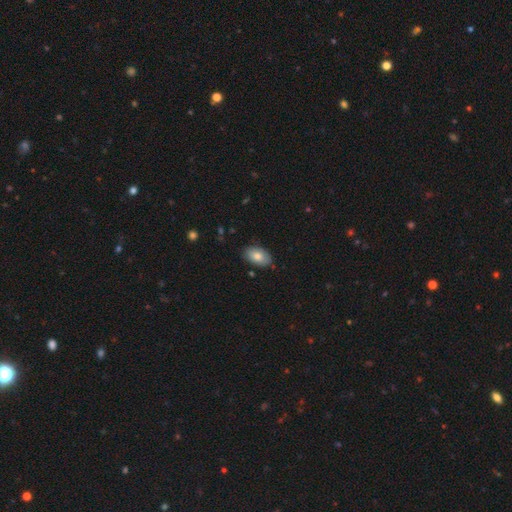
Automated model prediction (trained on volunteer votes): Smooth or featured?
  - smooth: 79% *
  - featured or disk: 14%
  - star or artifact: 7%
How rounded?
  - in between: 92% *
  - round: 6%
  - cigar-shaped: 1%
Merging?
  - none: 83% *
  - minor disturbance: 13%
  - major disturbance: 2%
  - merger: 1%